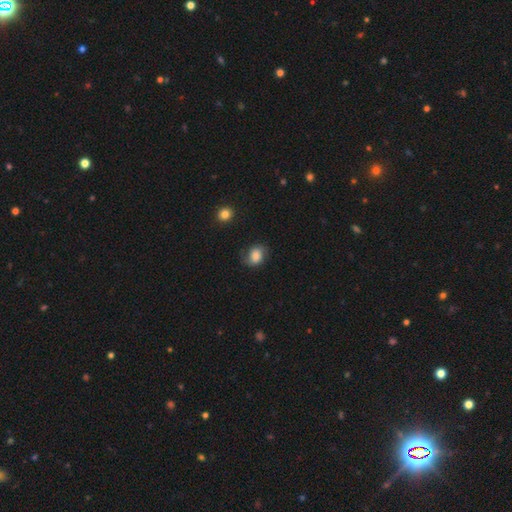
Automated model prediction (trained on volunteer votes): This appears to be a smooth galaxy with no disk features (59%) that is round (51%). Merging: none (68%).